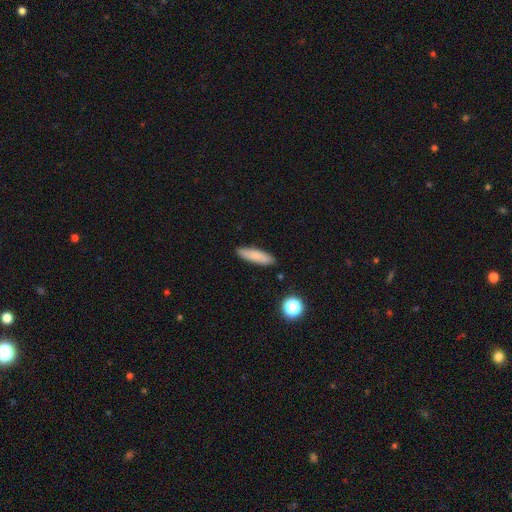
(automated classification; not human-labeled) smooth-or-featured: smooth: 82% | featured or disk: 11% | star or artifact: 8%
  how-rounded: cigar-shaped: 64% | in between: 34% | round: 2%
  merging: none: 87% | minor disturbance: 10% | major disturbance: 2% | merger: 2%